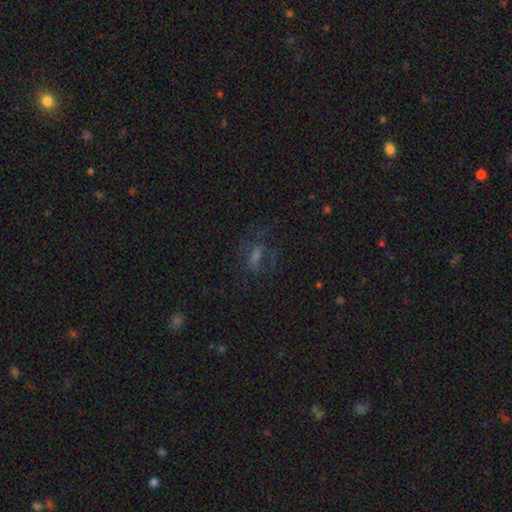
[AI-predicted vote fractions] A star or artifact, not a galaxy (36%).

Vote fractions:
- Smooth or featured? star or artifact: 36% / featured or disk: 34% / smooth: 30%